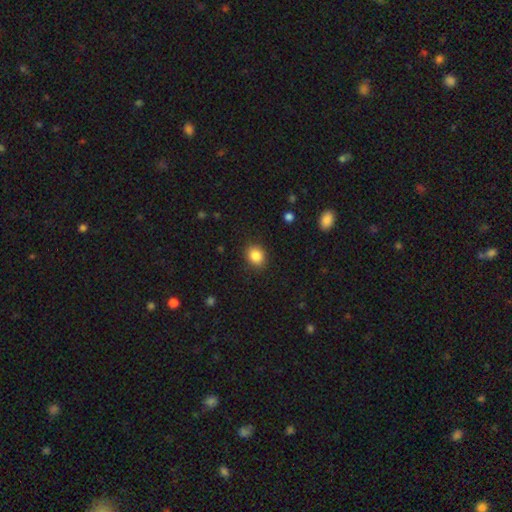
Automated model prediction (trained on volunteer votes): Smooth or featured? Predicted: smooth (p=0.86). How rounded? Predicted: round (p=0.59). Merging? Predicted: none (p=0.88).